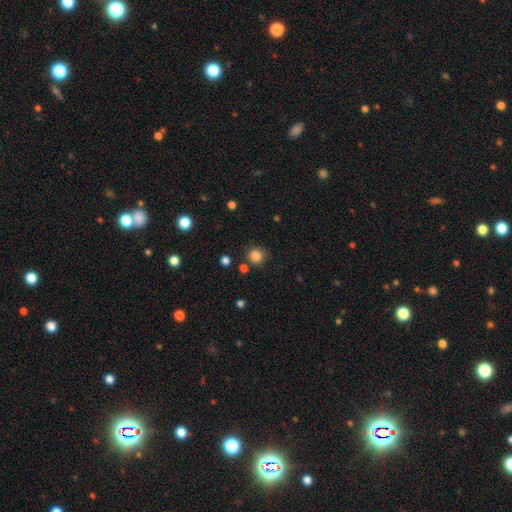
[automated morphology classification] type=smooth (84%); roundness=round (91%); merging=none (81%).